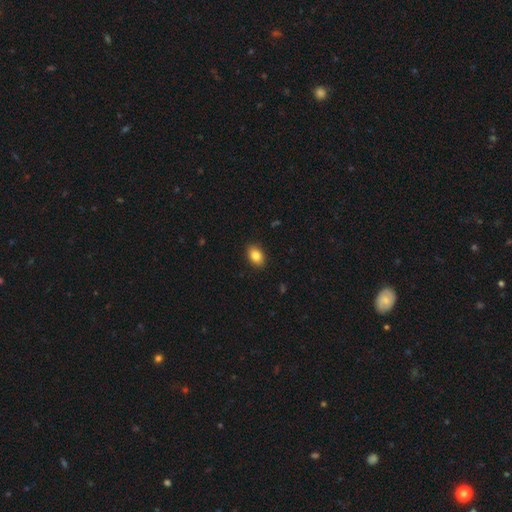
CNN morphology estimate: Smooth or featured?
  - smooth: 85% *
  - star or artifact: 8%
  - featured or disk: 7%
How rounded?
  - in between: 83% *
  - round: 16%
  - cigar-shaped: 1%
Merging?
  - none: 90% *
  - minor disturbance: 8%
  - major disturbance: 2%
  - merger: 1%